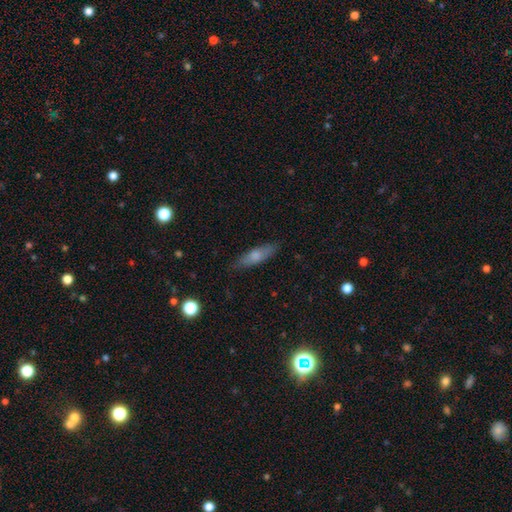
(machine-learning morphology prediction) Q: Smooth or featured?
A: smooth (69%); runner-up: featured or disk (24%)
Q: How rounded?
A: cigar-shaped (57%); runner-up: in between (40%)
Q: Merging?
A: none (83%); runner-up: minor disturbance (13%)